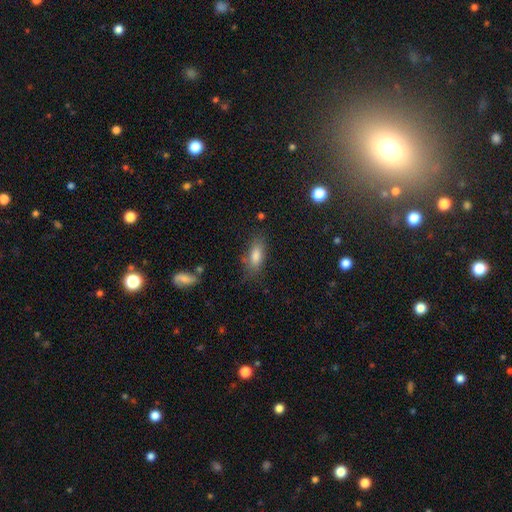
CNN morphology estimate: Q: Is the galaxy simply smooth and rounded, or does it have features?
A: smooth — 79%.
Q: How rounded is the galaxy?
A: in between — 78%.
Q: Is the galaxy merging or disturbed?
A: none — 74%.